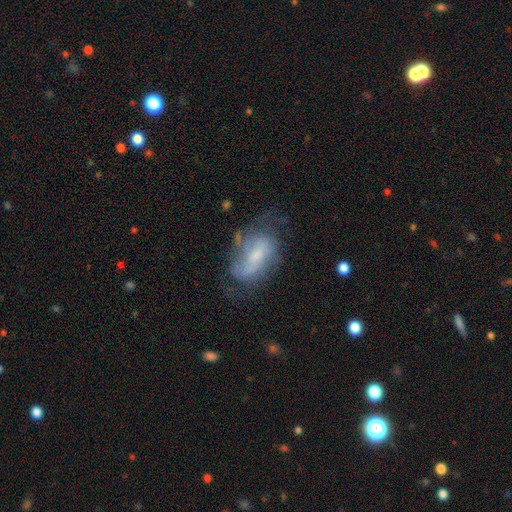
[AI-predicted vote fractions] A featured or disk galaxy (64%) with a weak bar (43%), spiral arms (76%) and a small central bulge (49%).

Vote fractions:
- Smooth or featured? featured or disk: 64% / smooth: 28% / star or artifact: 8%
- Edge-on disk? no: 94% / yes: 6%
- Bar? weak: 43% / no: 40% / strong: 17%
- Spiral arms? yes: 76% / no: 24%
- Bulge size? small: 49% / moderate: 32% / none: 13% / large: 5% / dominant: 1%
- Merging? none: 48% / minor disturbance: 25% / major disturbance: 24% / merger: 3%